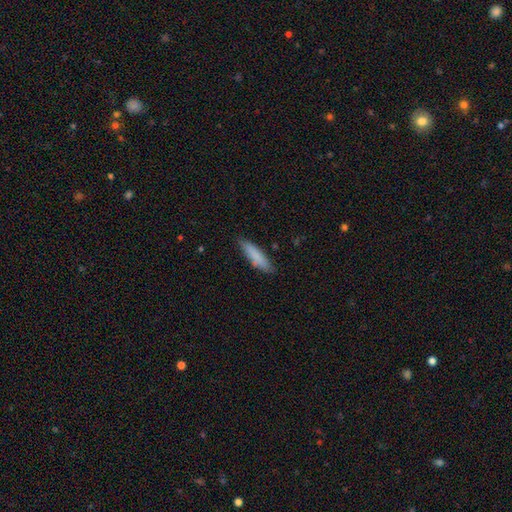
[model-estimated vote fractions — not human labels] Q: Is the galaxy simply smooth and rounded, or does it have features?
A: smooth — 84%.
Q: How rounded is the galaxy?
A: cigar-shaped — 73%.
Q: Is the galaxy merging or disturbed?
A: none — 81%.